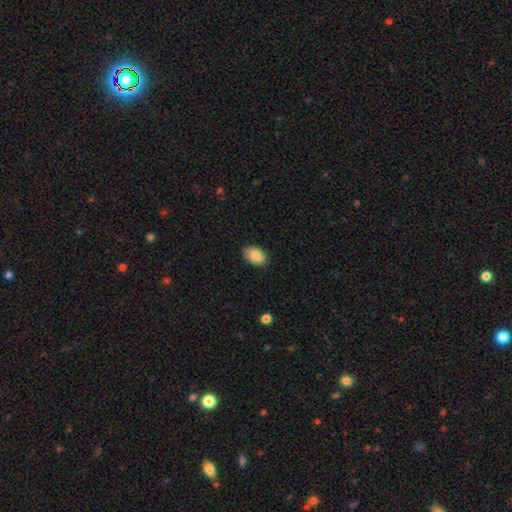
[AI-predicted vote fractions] Q: Smooth or featured?
A: smooth (89%); runner-up: star or artifact (7%)
Q: How rounded?
A: in between (84%); runner-up: round (15%)
Q: Merging?
A: none (87%); runner-up: minor disturbance (10%)